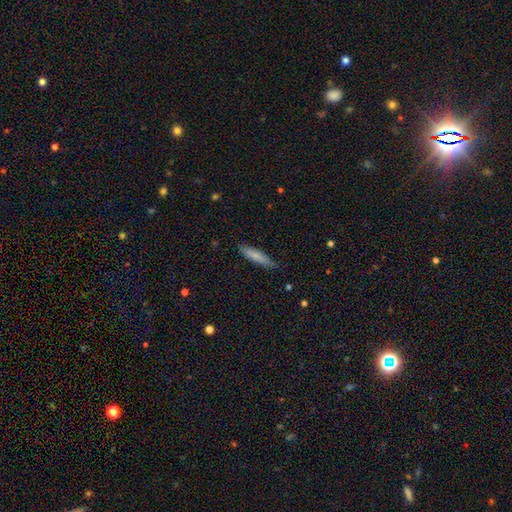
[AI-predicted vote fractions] The model was most divided on "smooth or featured": smooth: 80%, featured or disk: 14%, star or artifact: 6%. More confident: merging — none (83%); how rounded — cigar-shaped (82%).